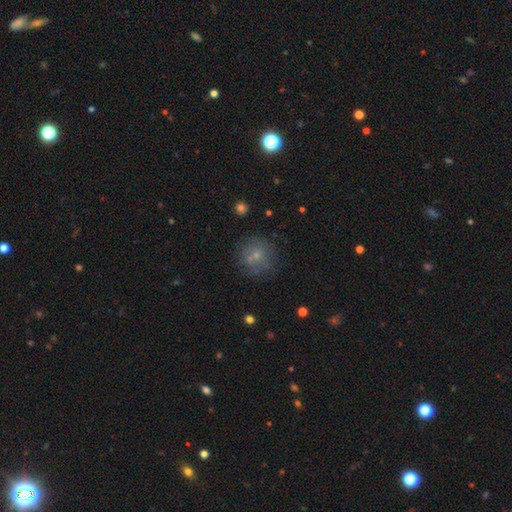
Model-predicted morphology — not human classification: A smooth galaxy with no disk features (63%) that is round (89%).

Vote fractions:
- Smooth or featured? smooth: 63% / featured or disk: 22% / star or artifact: 15%
- How rounded? round: 89% / in between: 10% / cigar-shaped: 1%
- Merging? none: 66% / minor disturbance: 17% / merger: 9% / major disturbance: 8%